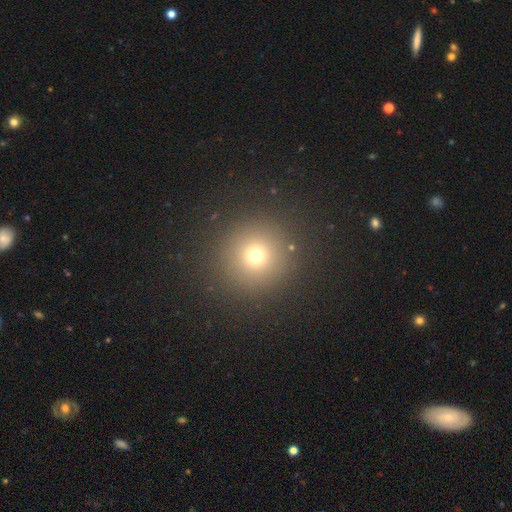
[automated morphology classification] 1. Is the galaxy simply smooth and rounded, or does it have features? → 70% smooth, 21% star or artifact, 9% featured or disk.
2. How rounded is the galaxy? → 95% round, 4% in between, 1% cigar-shaped.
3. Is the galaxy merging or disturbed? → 89% none, 6% minor disturbance, 3% major disturbance, 2% merger.